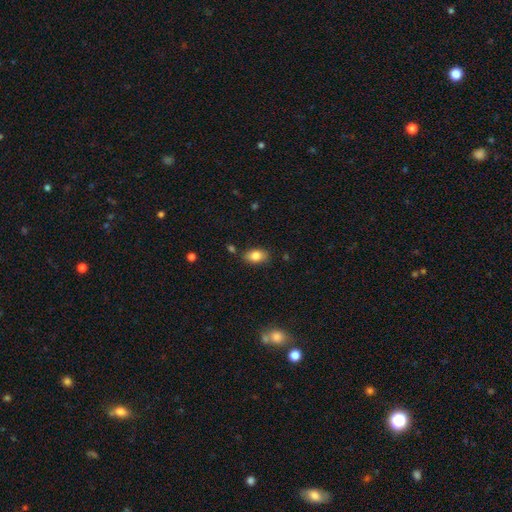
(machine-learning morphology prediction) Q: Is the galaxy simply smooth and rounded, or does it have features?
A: smooth — 82%.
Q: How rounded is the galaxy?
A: in between — 88%.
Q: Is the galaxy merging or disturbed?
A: none — 82%.